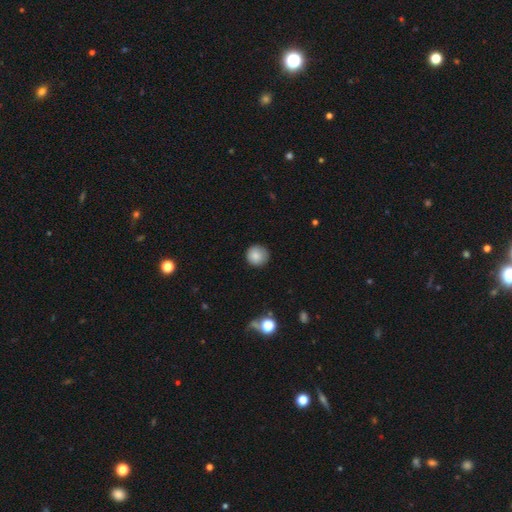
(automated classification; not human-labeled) Smooth or featured? Predicted: smooth (p=0.85). How rounded? Predicted: round (p=0.94). Merging? Predicted: none (p=0.88).